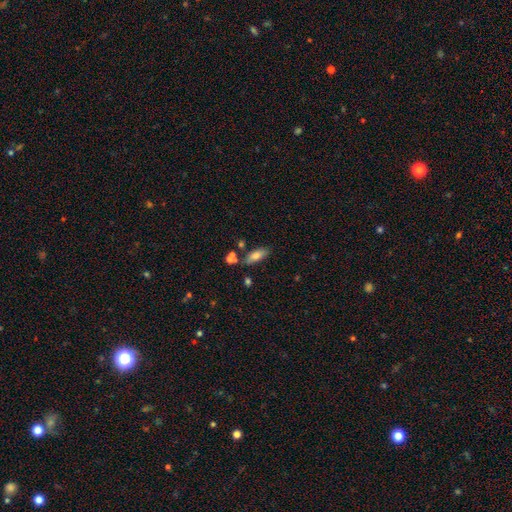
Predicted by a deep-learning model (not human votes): Smooth or featured: smooth — 74% (featured or disk — 17%)
How rounded: in between — 69% (cigar-shaped — 29%)
Merging: none — 67% (minor disturbance — 15%)